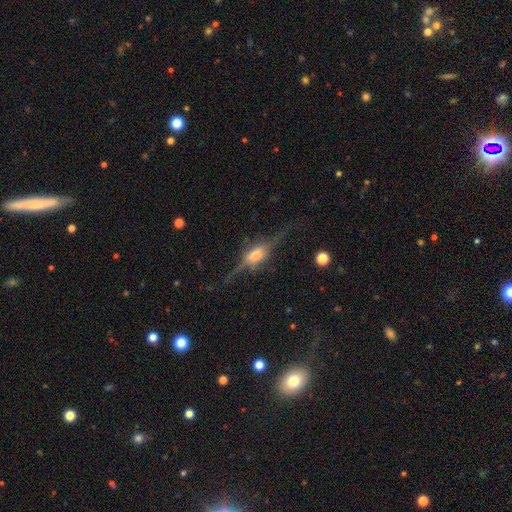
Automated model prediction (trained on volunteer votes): Q: Smooth or featured?
A: featured or disk (80%); runner-up: smooth (12%)
Q: Edge-on disk?
A: yes (95%); runner-up: no (5%)
Q: Edge-on bulge?
A: rounded (85%); runner-up: boxy (13%)
Q: Merging?
A: none (73%); runner-up: minor disturbance (16%)